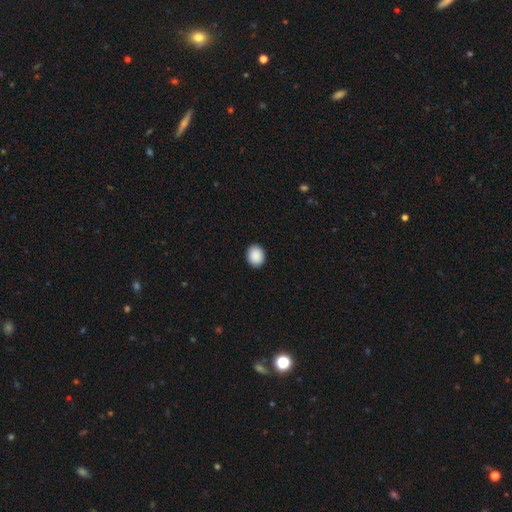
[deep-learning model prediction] Smooth or featured: smooth — 90% (star or artifact — 7%)
How rounded: round — 58% (in between — 41%)
Merging: none — 92% (minor disturbance — 6%)